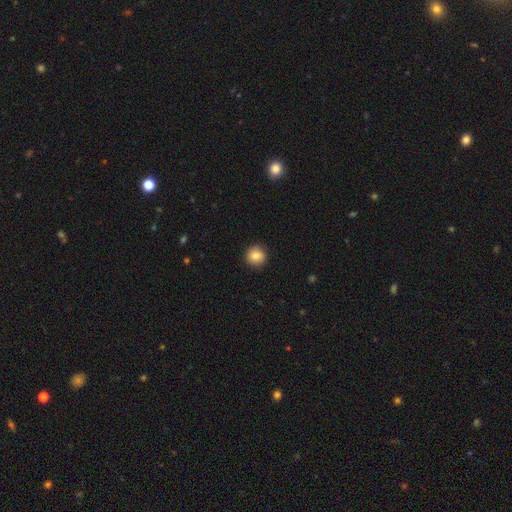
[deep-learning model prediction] Overall: smooth (82%). How rounded: round (93%). Merging: none (90%).